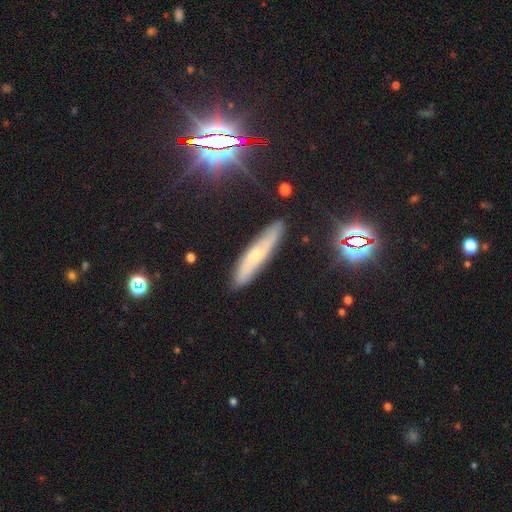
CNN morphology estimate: smooth-or-featured: featured or disk: 46% | smooth: 40% | star or artifact: 14%
  merging: none: 84% | minor disturbance: 12% | major disturbance: 2% | merger: 2%